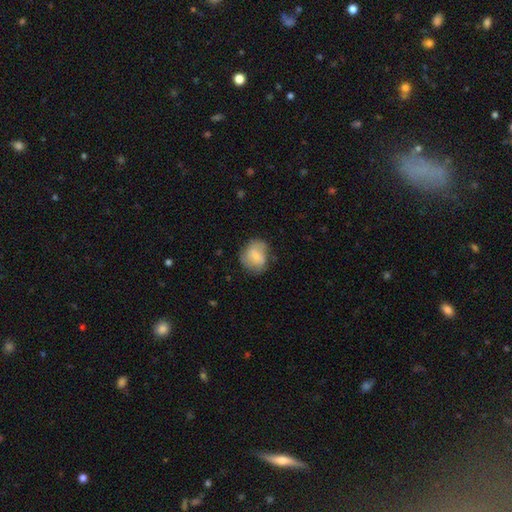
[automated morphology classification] Smooth or featured?
  - smooth: 71% *
  - featured or disk: 21%
  - star or artifact: 7%
How rounded?
  - round: 62% *
  - in between: 37%
  - cigar-shaped: 1%
Merging?
  - none: 62% *
  - minor disturbance: 26%
  - major disturbance: 9%
  - merger: 2%